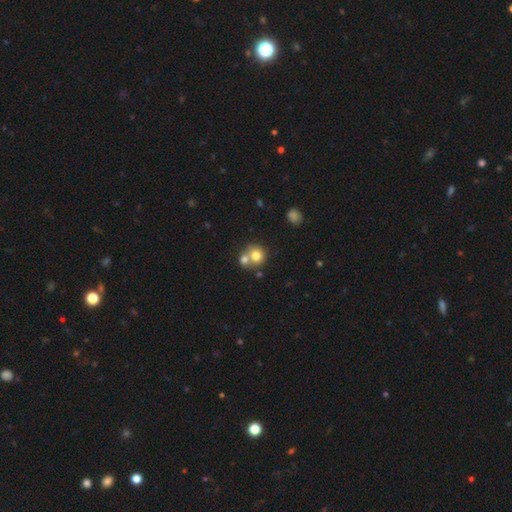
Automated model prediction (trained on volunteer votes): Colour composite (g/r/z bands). It shows a smooth galaxy with no disk features (74%) that is round (83%). Merging: merger (52%).